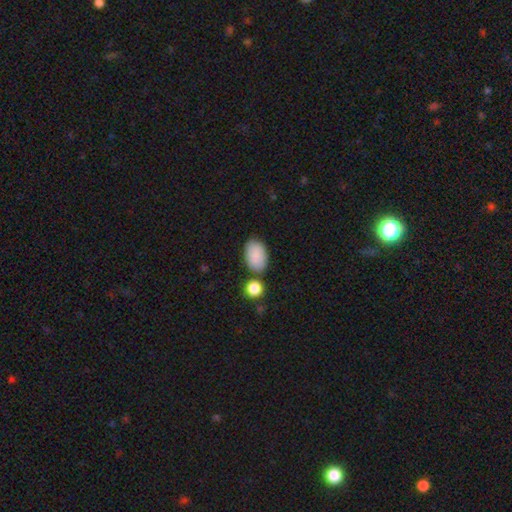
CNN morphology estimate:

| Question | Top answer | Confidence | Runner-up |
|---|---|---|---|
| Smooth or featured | smooth | 88% | star or artifact (6%) |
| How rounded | in between | 92% | round (7%) |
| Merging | none | 72% | minor disturbance (14%) |